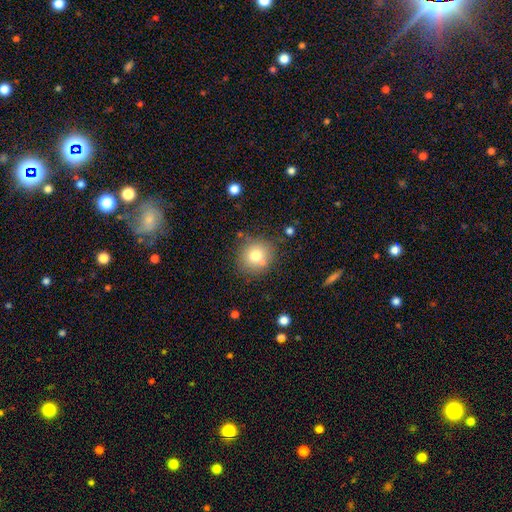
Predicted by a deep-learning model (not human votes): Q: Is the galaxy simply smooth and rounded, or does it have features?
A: smooth — 75%.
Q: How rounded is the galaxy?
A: round — 87%.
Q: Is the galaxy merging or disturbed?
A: none — 76%.